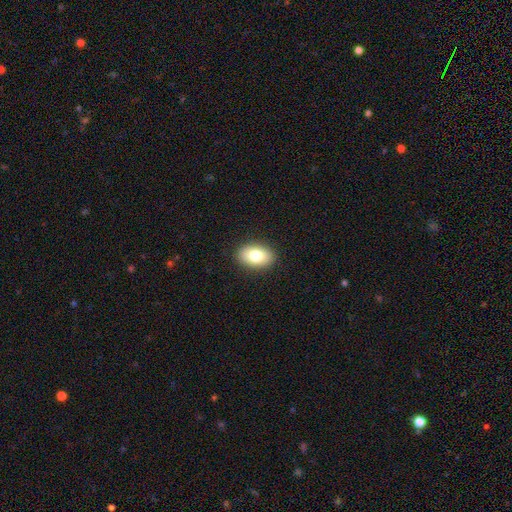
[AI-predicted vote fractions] A smooth galaxy with no disk features (79%) that is in between round and cigar-shaped (89%).

Vote fractions:
- Smooth or featured? smooth: 79% / featured or disk: 13% / star or artifact: 8%
- How rounded? in between: 89% / round: 10% / cigar-shaped: 1%
- Merging? none: 90% / minor disturbance: 7% / major disturbance: 2% / merger: 1%